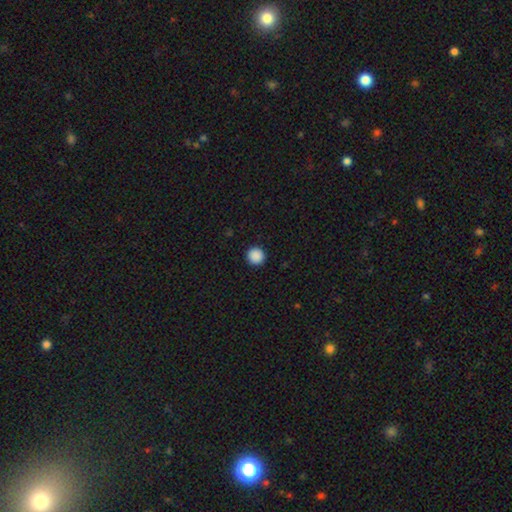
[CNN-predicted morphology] A smooth galaxy with no disk features (89%) that is round (96%). Merging: none (93%).